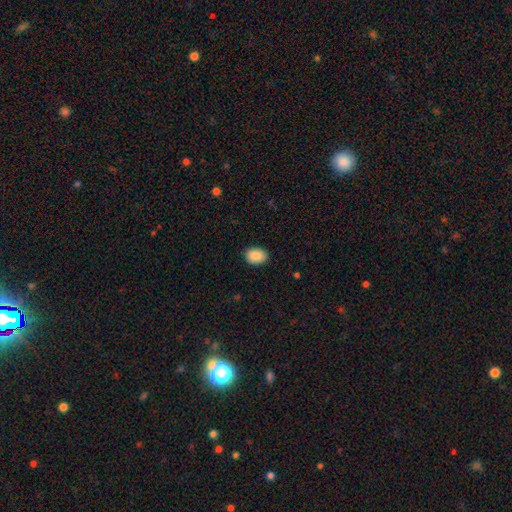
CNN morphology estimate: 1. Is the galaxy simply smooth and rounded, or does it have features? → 89% smooth, 7% star or artifact, 4% featured or disk.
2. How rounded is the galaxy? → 78% in between, 21% round, 1% cigar-shaped.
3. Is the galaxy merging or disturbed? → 88% none, 9% minor disturbance, 2% major disturbance, 1% merger.